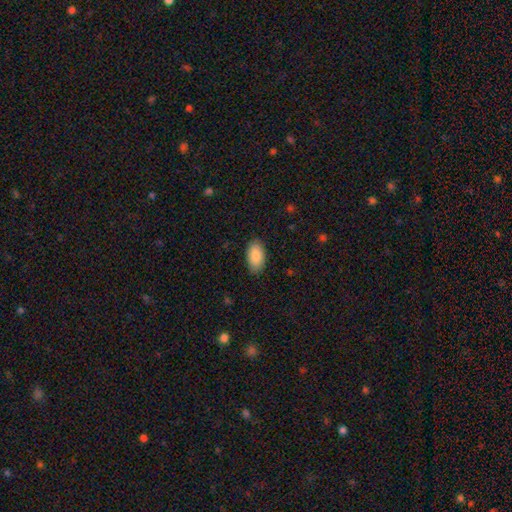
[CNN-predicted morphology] Smooth or featured? Predicted: smooth (p=0.87). How rounded? Predicted: in between (p=0.95). Merging? Predicted: none (p=0.86).